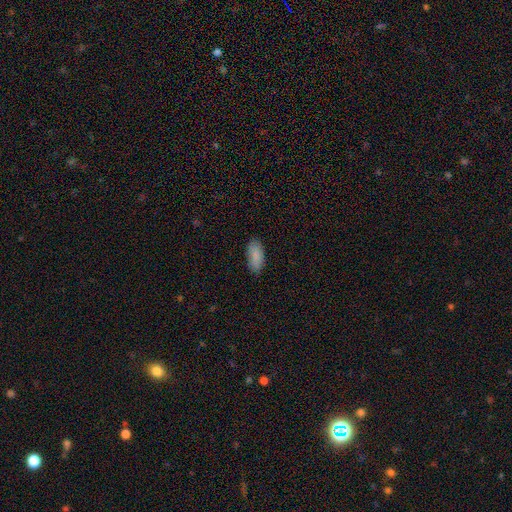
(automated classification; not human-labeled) Overall: smooth (87%). How rounded: in between (90%). Merging: none (82%).